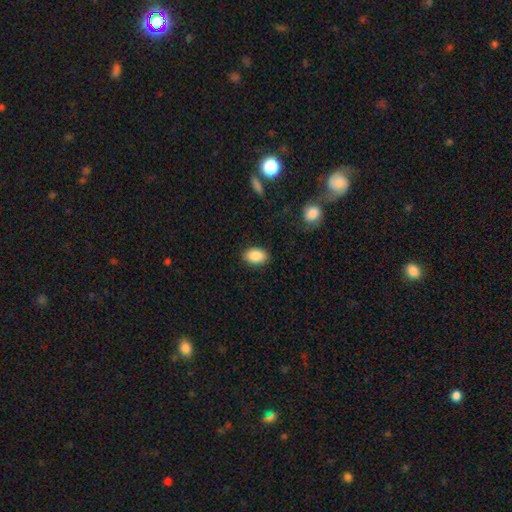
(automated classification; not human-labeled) Smooth or featured?
  - smooth: 88% *
  - star or artifact: 7%
  - featured or disk: 4%
How rounded?
  - in between: 86% *
  - round: 12%
  - cigar-shaped: 1%
Merging?
  - none: 86% *
  - minor disturbance: 10%
  - major disturbance: 3%
  - merger: 1%